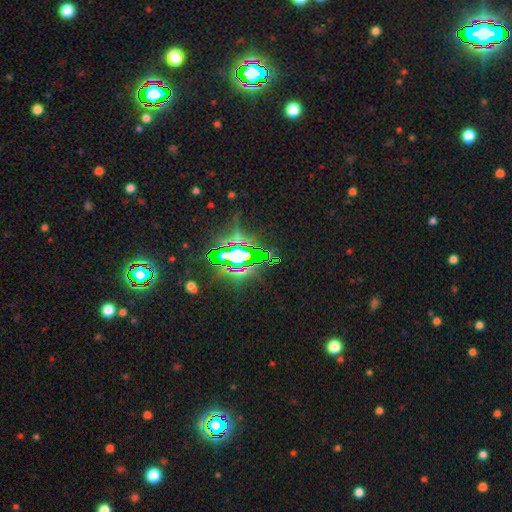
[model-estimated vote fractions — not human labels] Smooth or featured? Predicted: star or artifact (p=0.77).